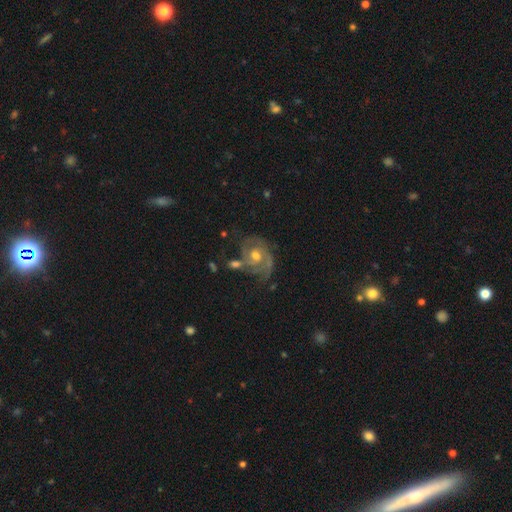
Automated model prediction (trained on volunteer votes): This appears to be a featured or disk galaxy (79%) with no bar (70%), 2 (39%) tight (49%) spiral arms (89%) and a moderate central bulge (75%). Merging: none (47%).